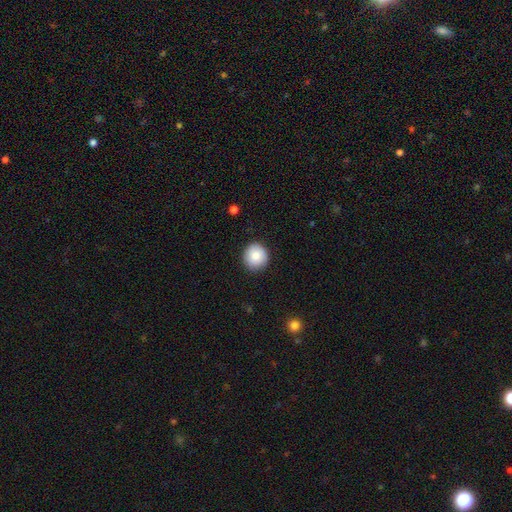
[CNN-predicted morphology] type=smooth (84%); roundness=round (92%); merging=none (89%).